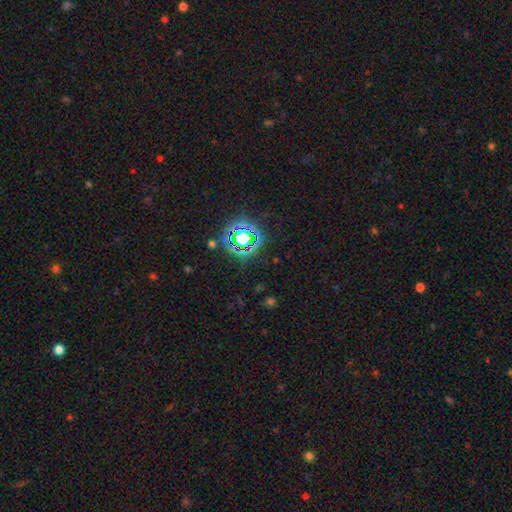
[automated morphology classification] Smooth or featured? star or artifact (77%)